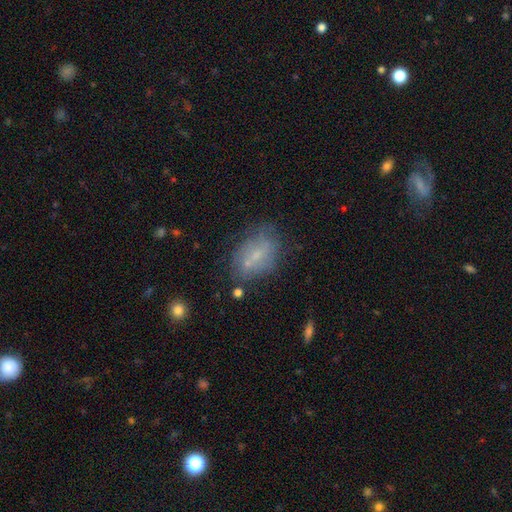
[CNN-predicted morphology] smooth-or-featured: smooth: 50% | featured or disk: 38% | star or artifact: 12%
  merging: none: 58% | minor disturbance: 22% | merger: 11% | major disturbance: 9%